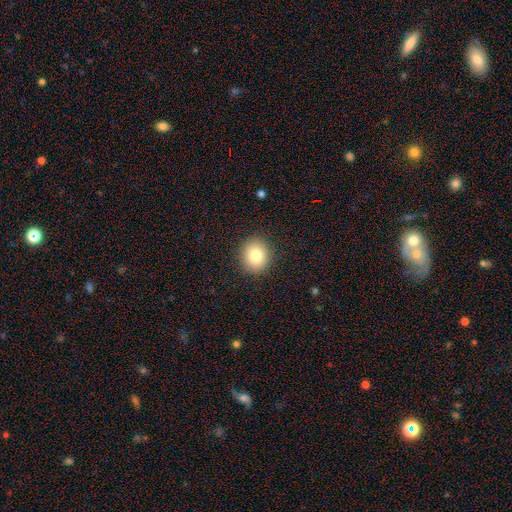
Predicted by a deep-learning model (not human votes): Q: Smooth or featured?
A: smooth (81%); runner-up: star or artifact (10%)
Q: How rounded?
A: round (75%); runner-up: in between (24%)
Q: Merging?
A: none (90%); runner-up: minor disturbance (7%)